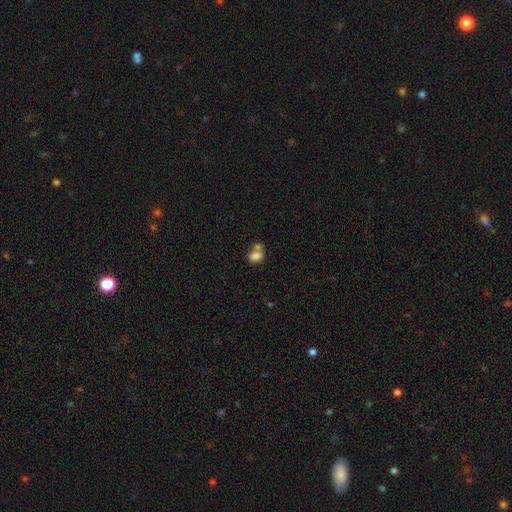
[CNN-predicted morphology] Overall: smooth (78%). How rounded: in between (67%; round 32%). Merging: merger (52%; none 31%).